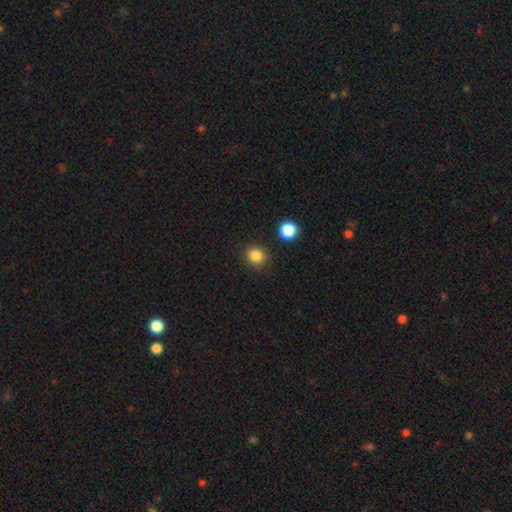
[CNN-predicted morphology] smooth_or_featured: smooth (p=0.85) [alt: star or artifact p=0.11]
how_rounded: round (p=0.88) [alt: in between p=0.11]
merging: none (p=0.87) [alt: minor disturbance p=0.07]